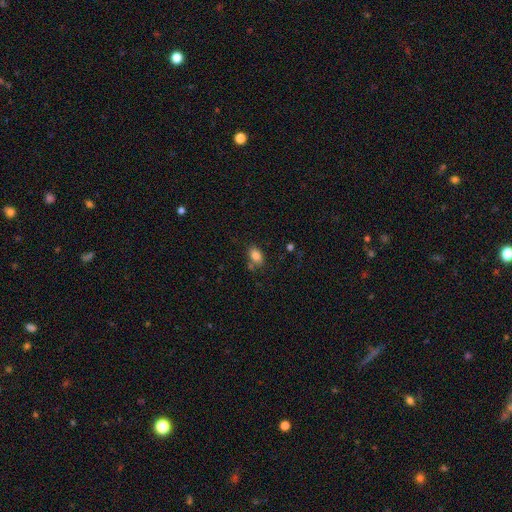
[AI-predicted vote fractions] Q: Smooth or featured?
A: smooth (83%); runner-up: star or artifact (10%)
Q: How rounded?
A: in between (83%); runner-up: round (16%)
Q: Merging?
A: none (68%); runner-up: minor disturbance (17%)